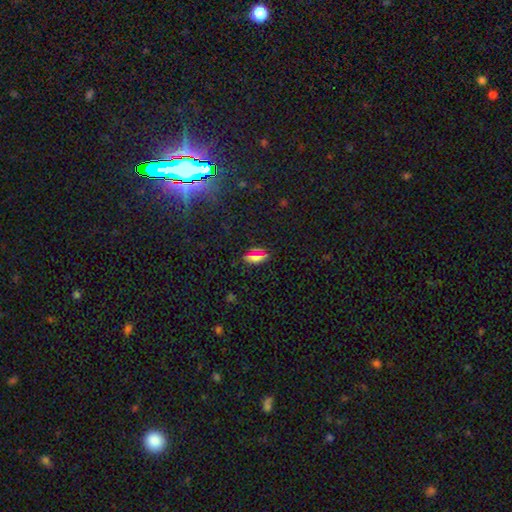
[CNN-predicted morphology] smooth 58%, star or artifact 30%, featured or disk 12%. Down the decision tree: how rounded — in between (77%); merging — none (81%).